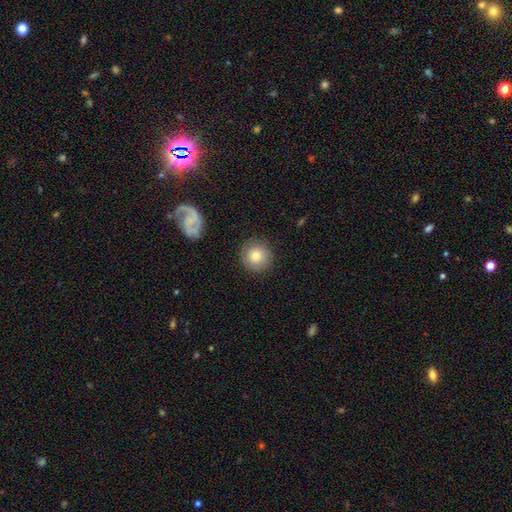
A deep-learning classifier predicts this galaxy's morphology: smooth_or_featured: smooth (p=0.78) [alt: featured or disk p=0.13]
how_rounded: round (p=0.93) [alt: in between p=0.06]
merging: none (p=0.88) [alt: minor disturbance p=0.08]